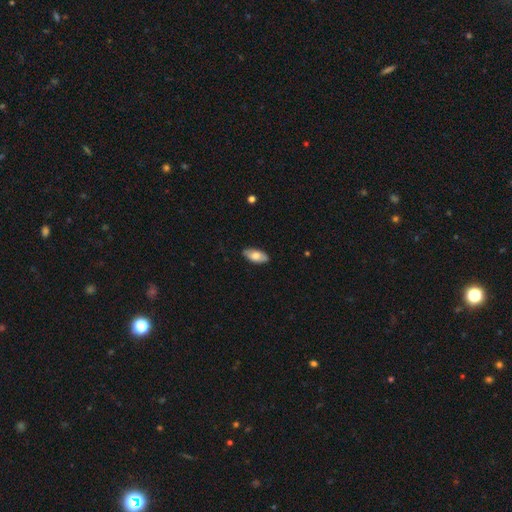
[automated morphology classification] This appears to be a smooth galaxy with no disk features (72%) that is in between round and cigar-shaped (90%). Merging: none (87%).